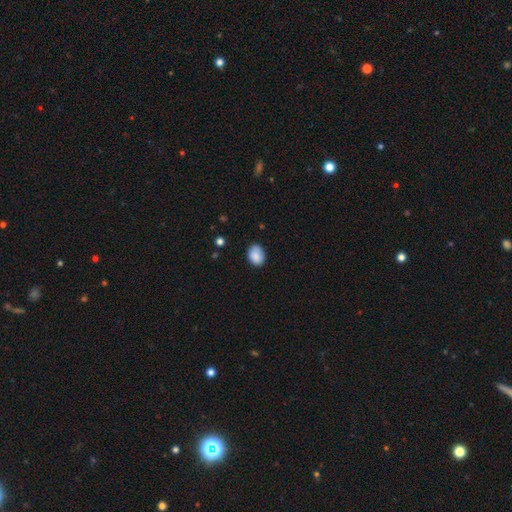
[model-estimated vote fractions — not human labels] Smooth or featured?
  - smooth: 87% *
  - star or artifact: 7%
  - featured or disk: 6%
How rounded?
  - in between: 74% *
  - round: 25%
  - cigar-shaped: 1%
Merging?
  - none: 75% *
  - minor disturbance: 21%
  - major disturbance: 3%
  - merger: 1%